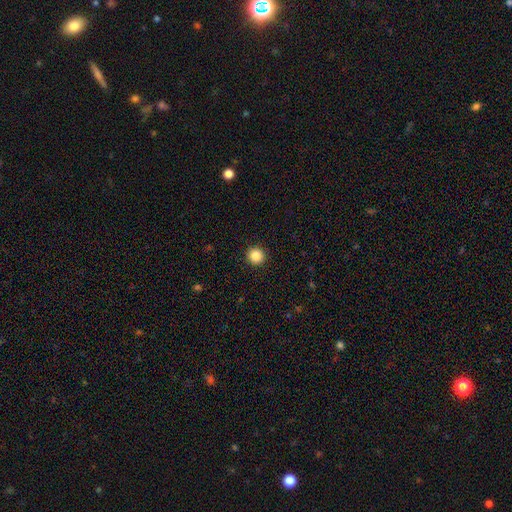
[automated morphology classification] This is clearly a smooth galaxy (86%). How rounded: clearly round (96%). Merging: clearly none (93%).